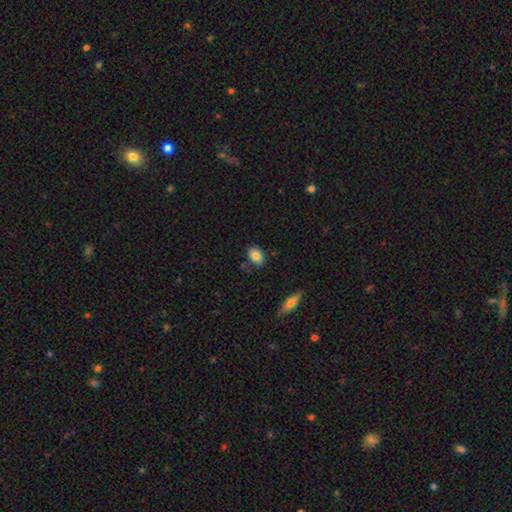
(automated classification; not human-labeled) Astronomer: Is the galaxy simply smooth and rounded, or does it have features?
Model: smooth — 85%.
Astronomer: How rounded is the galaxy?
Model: in between — 83%.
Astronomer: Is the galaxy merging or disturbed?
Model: none — 84%.